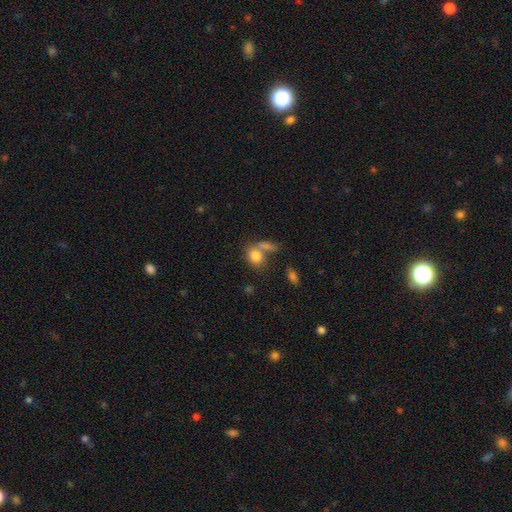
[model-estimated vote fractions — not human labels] smooth_or_featured: smooth (p=0.80) [alt: featured or disk p=0.11]
how_rounded: in between (p=0.56) [alt: round p=0.41]
merging: none (p=0.42) [alt: merger p=0.39]